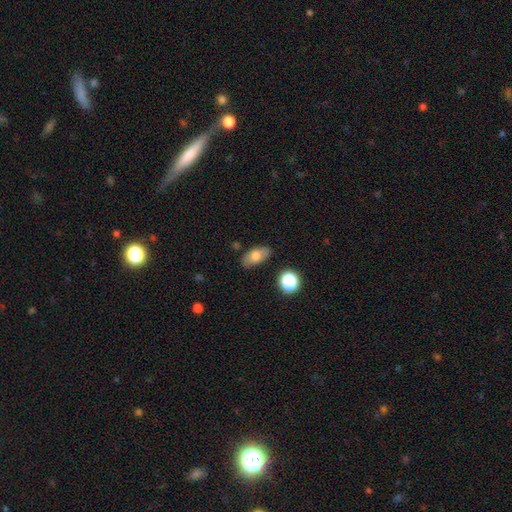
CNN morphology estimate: The model was most divided on "smooth or featured": smooth: 74%, featured or disk: 17%, star or artifact: 9%. More confident: how rounded — in between (88%); merging — none (80%).